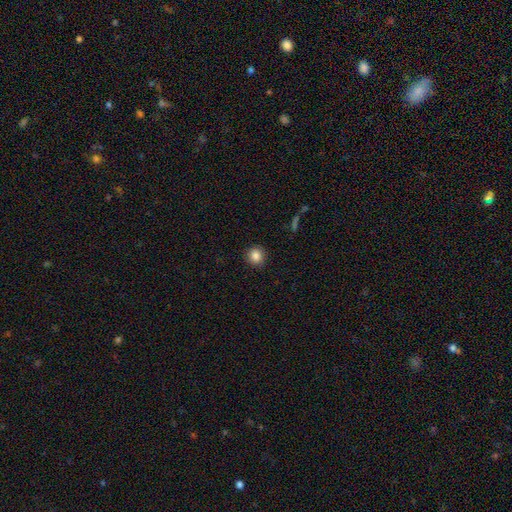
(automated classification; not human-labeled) Smooth or featured? smooth (85%)
How rounded? round (91%)
Merging? none (91%)